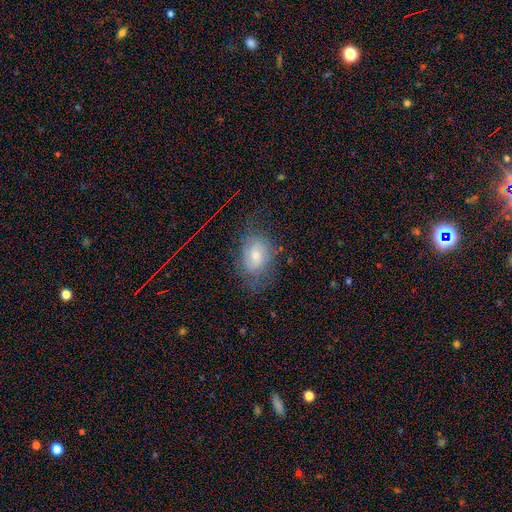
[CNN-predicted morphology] Smooth or featured: smooth — 48% (featured or disk — 42%)
Merging: none — 61% (minor disturbance — 23%)